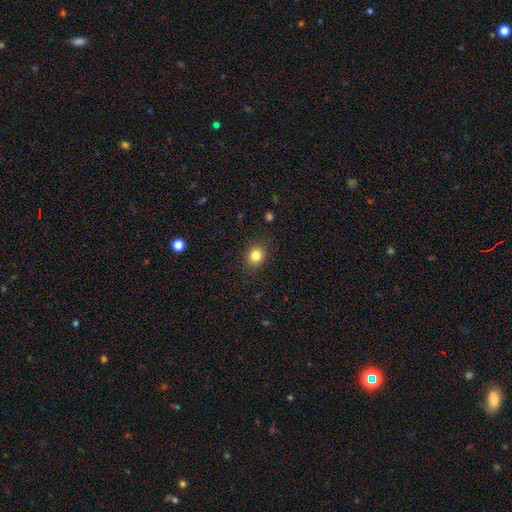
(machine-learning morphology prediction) Smooth or featured? smooth (83%)
How rounded? round (68%)
Merging? none (87%)